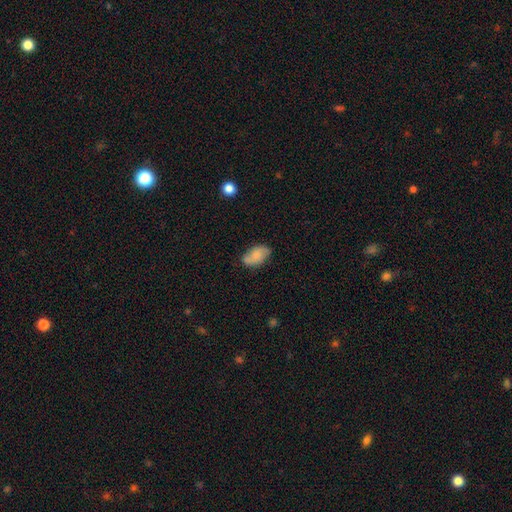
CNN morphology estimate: A smooth galaxy with no disk features (63%) that is in between round and cigar-shaped (92%). Merging: none (69%).